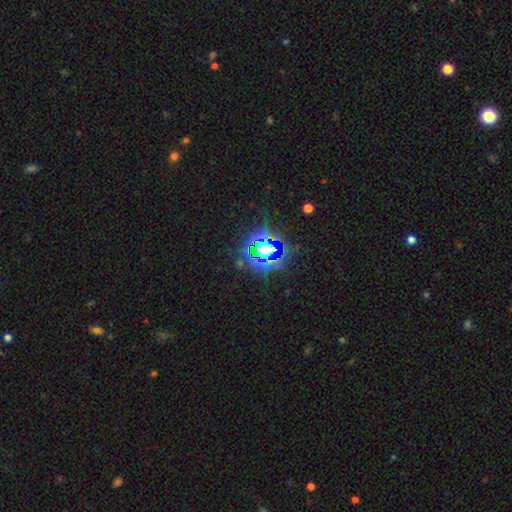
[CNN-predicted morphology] A star or artifact, not a galaxy (78%).